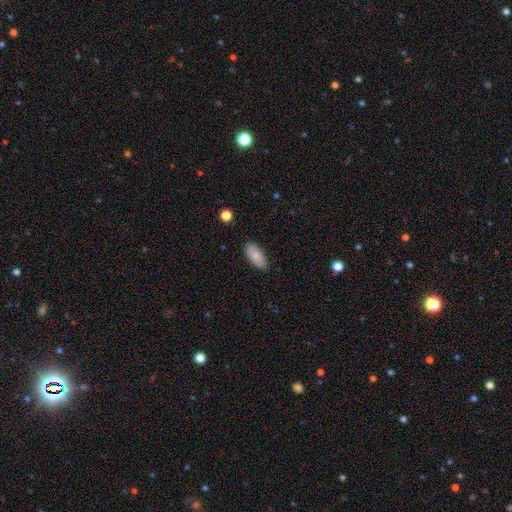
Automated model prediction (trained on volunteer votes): The model was most divided on "smooth or featured": smooth: 83%, featured or disk: 10%, star or artifact: 7%. More confident: how rounded — in between (88%); merging — none (85%).